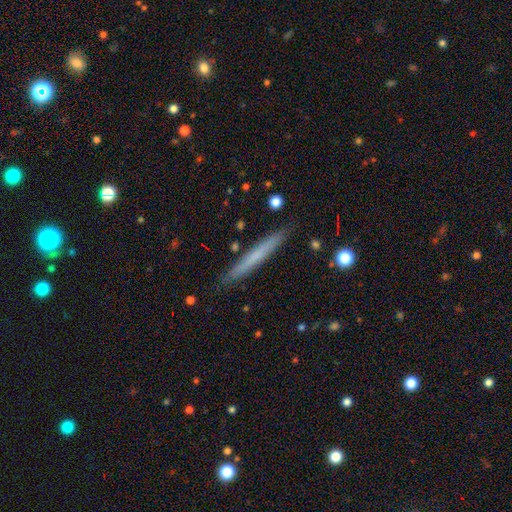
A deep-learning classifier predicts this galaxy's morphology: Overall: smooth (57%; featured or disk 36%). How rounded: cigar-shaped (97%). Merging: none (89%).